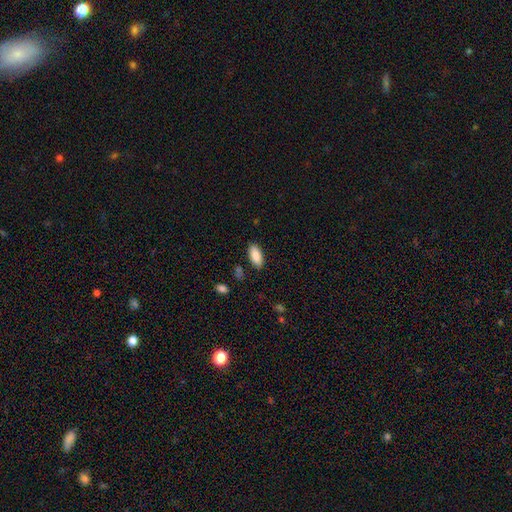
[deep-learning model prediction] Smooth or featured: smooth — 87% (featured or disk — 6%)
How rounded: in between — 87% (cigar-shaped — 11%)
Merging: none — 86% (minor disturbance — 10%)